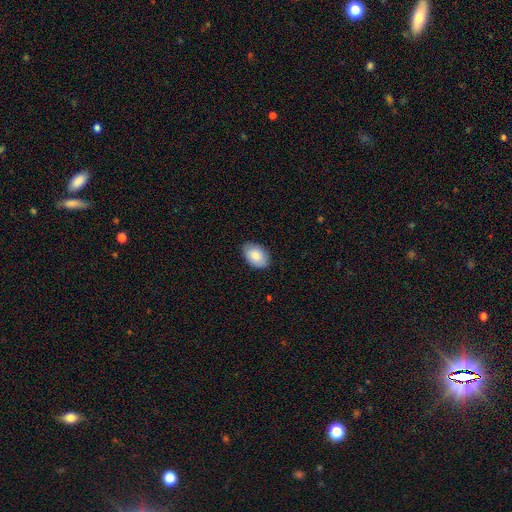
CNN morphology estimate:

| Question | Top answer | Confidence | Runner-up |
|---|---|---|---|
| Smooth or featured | smooth | 85% | featured or disk (9%) |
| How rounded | in between | 89% | round (10%) |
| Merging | none | 85% | minor disturbance (12%) |